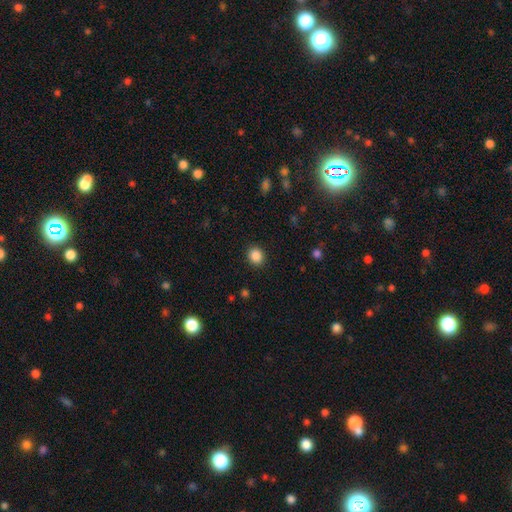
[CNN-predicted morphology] type=smooth (87%); roundness=round (75%); merging=none (91%).